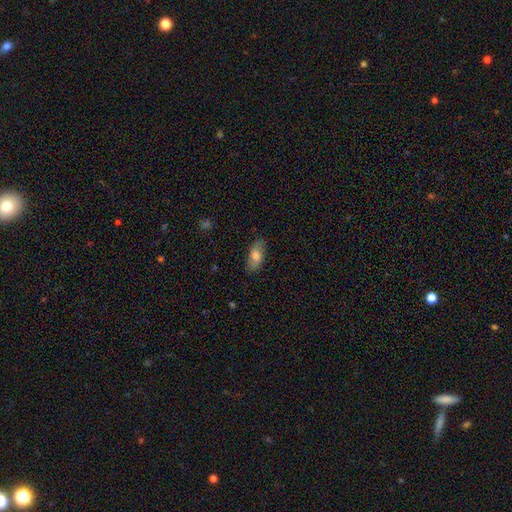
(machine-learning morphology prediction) Q: Smooth or featured?
A: smooth (69%); runner-up: featured or disk (24%)
Q: How rounded?
A: in between (84%); runner-up: cigar-shaped (13%)
Q: Merging?
A: none (81%); runner-up: minor disturbance (14%)